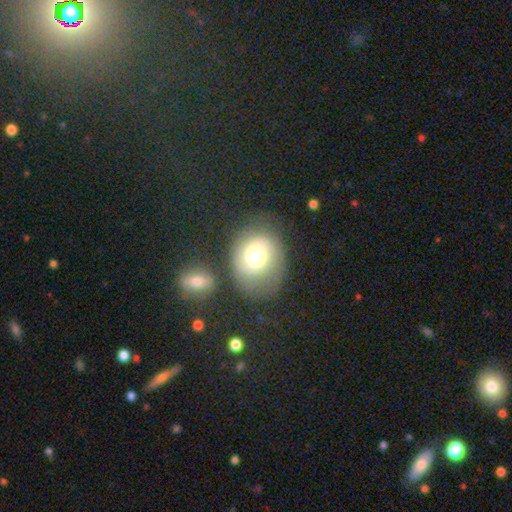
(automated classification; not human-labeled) smooth 65%, featured or disk 25%, star or artifact 10%. Down the decision tree: how rounded — round (57%); merging — none (55%).